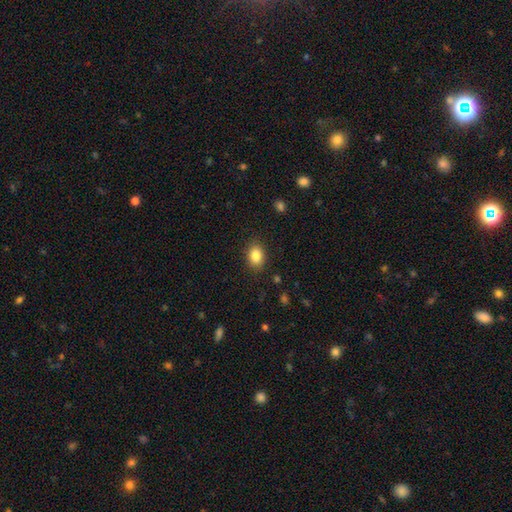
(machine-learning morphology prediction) The model was most divided on "how rounded": in between: 67%, round: 32%, cigar-shaped: 1%. More confident: merging — none (87%); smooth or featured — smooth (84%).